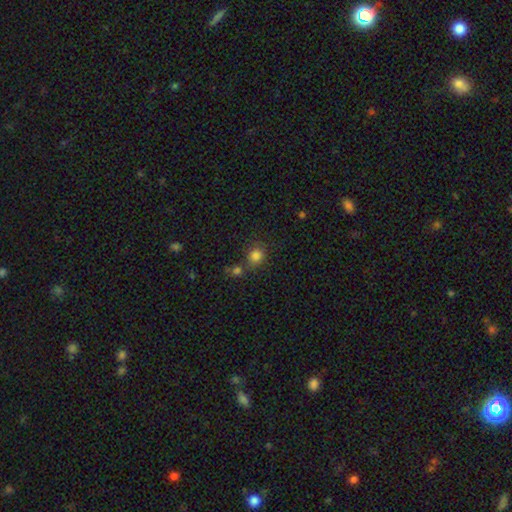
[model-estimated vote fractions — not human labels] Smooth or featured?
  - smooth: 81% *
  - star or artifact: 13%
  - featured or disk: 6%
How rounded?
  - round: 77% *
  - in between: 22%
  - cigar-shaped: 1%
Merging?
  - none: 63% *
  - merger: 20%
  - minor disturbance: 12%
  - major disturbance: 5%